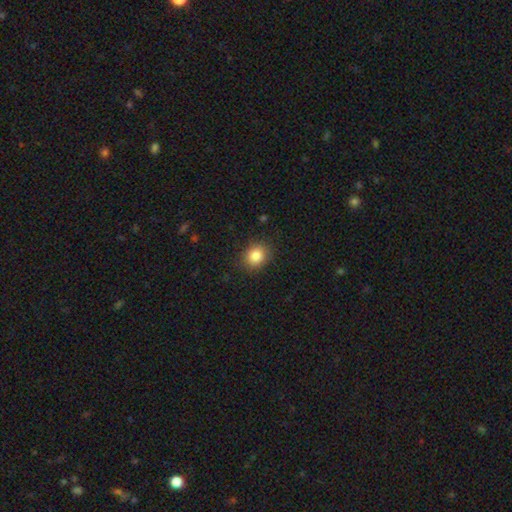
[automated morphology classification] This is clearly a smooth galaxy (85%). How rounded: likely round (65%). Merging: clearly none (86%).